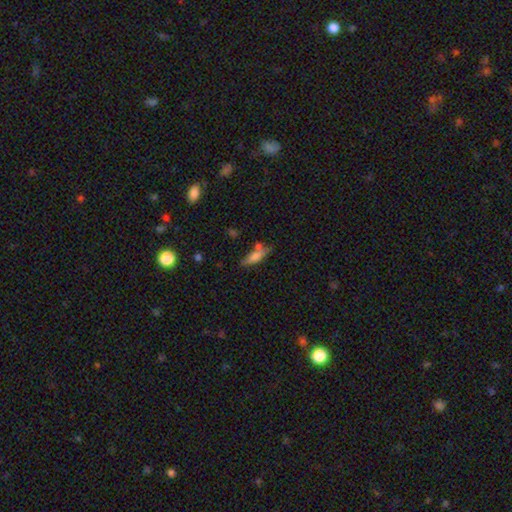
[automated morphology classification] smooth-or-featured: smooth: 64% | featured or disk: 27% | star or artifact: 8%
  how-rounded: cigar-shaped: 59% | in between: 39% | round: 3%
  merging: none: 60% | minor disturbance: 19% | merger: 15% | major disturbance: 6%